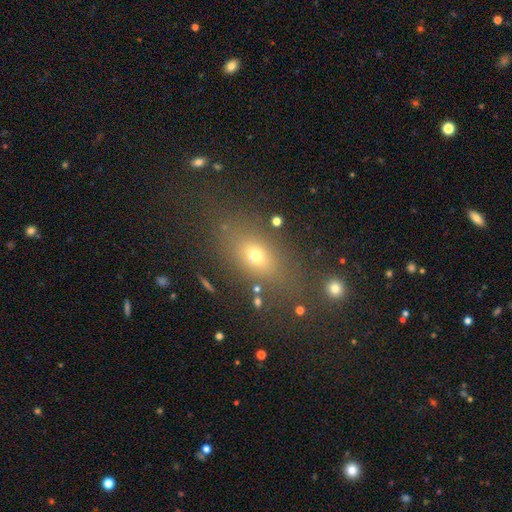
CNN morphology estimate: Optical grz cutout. It shows a smooth galaxy with no disk features (65%) that is in between round and cigar-shaped (71%). Merging: none (77%).